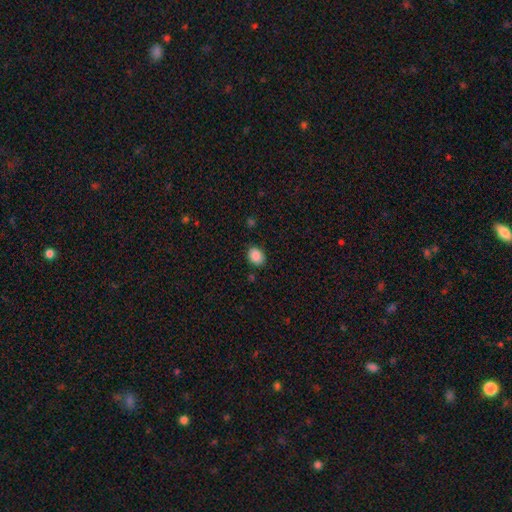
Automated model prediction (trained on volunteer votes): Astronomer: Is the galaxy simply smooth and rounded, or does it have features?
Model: smooth — 88%.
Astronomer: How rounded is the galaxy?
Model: in between — 60% (runner-up: round, 39%).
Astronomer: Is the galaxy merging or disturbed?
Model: none — 84%.